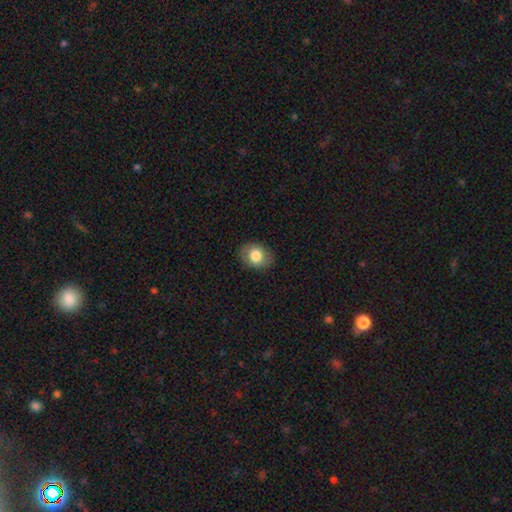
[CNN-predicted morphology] smooth-or-featured: smooth: 78% | featured or disk: 14% | star or artifact: 8%
  how-rounded: in between: 63% | round: 36% | cigar-shaped: 1%
  merging: none: 86% | minor disturbance: 10% | major disturbance: 3% | merger: 1%